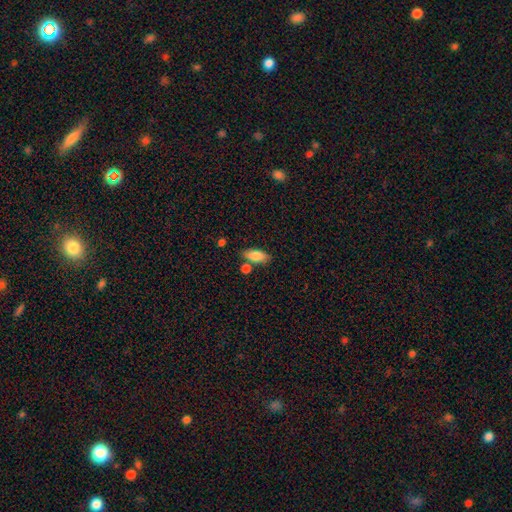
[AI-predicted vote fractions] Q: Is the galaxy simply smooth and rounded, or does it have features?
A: smooth — 83%.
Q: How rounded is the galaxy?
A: in between — 83%.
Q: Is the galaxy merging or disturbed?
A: none — 70%.